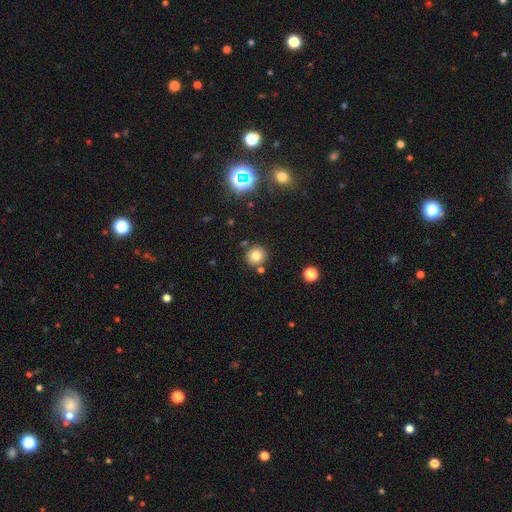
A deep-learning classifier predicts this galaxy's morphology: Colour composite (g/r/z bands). It shows a smooth galaxy with no disk features (80%) that is round (90%). Merging: none (82%).